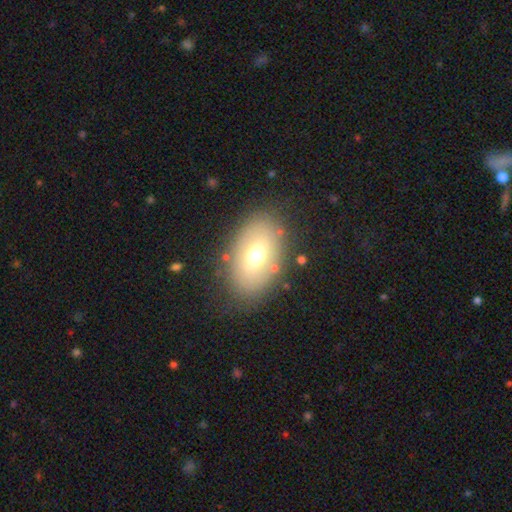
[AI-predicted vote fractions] Smooth or featured: smooth — 59% (featured or disk — 31%)
How rounded: in between — 86% (round — 12%)
Merging: none — 81% (minor disturbance — 11%)